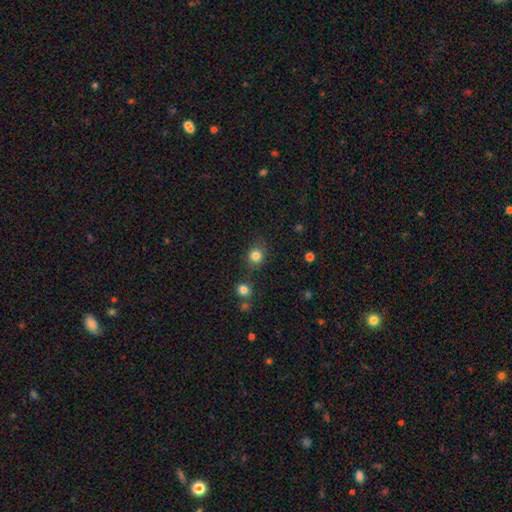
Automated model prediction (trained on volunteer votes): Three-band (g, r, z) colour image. It shows a smooth galaxy with no disk features (82%) that is round (80%). Merging: none (78%).